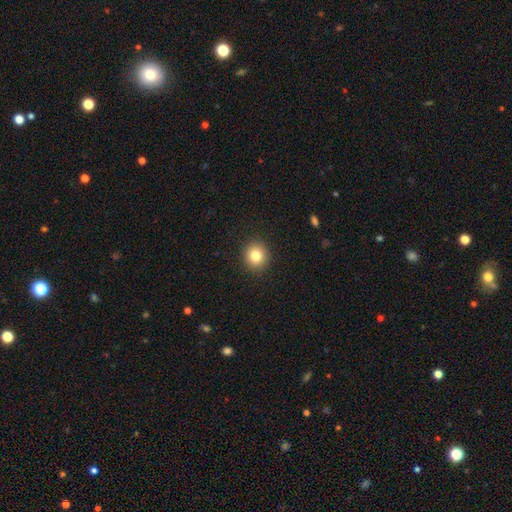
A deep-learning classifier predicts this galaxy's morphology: A smooth galaxy with no disk features (82%) that is round (84%). Merging: none (91%).